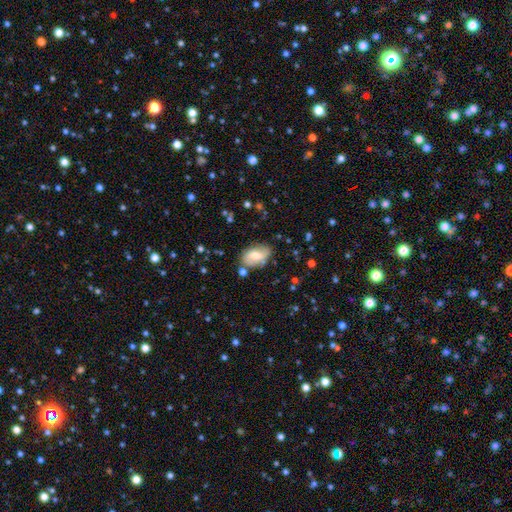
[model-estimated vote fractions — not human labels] Smooth or featured? Predicted: smooth (p=0.51). How rounded? Predicted: in between (p=0.88). Merging? Predicted: none (p=0.73).